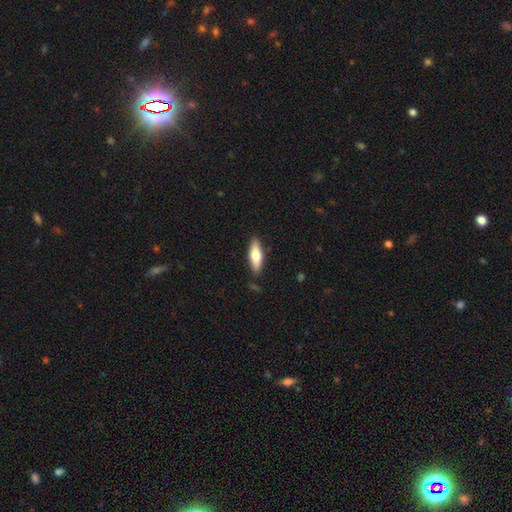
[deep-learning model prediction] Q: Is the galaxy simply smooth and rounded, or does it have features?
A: smooth — 68%.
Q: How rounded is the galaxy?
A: cigar-shaped — 51%.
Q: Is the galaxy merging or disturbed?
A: none — 85%.